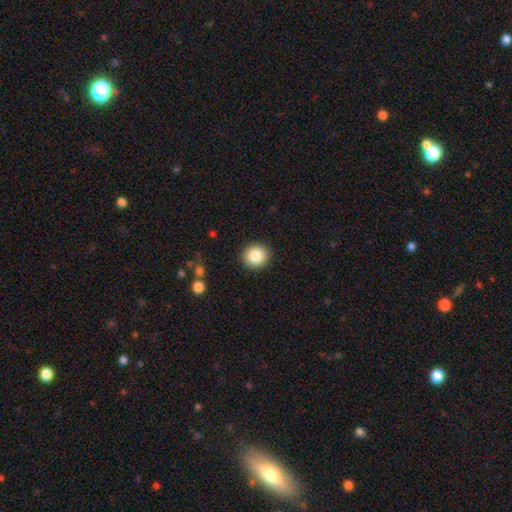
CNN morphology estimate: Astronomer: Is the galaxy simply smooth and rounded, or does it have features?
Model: smooth — 85%.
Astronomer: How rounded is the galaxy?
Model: round — 80%.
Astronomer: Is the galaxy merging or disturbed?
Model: none — 91%.